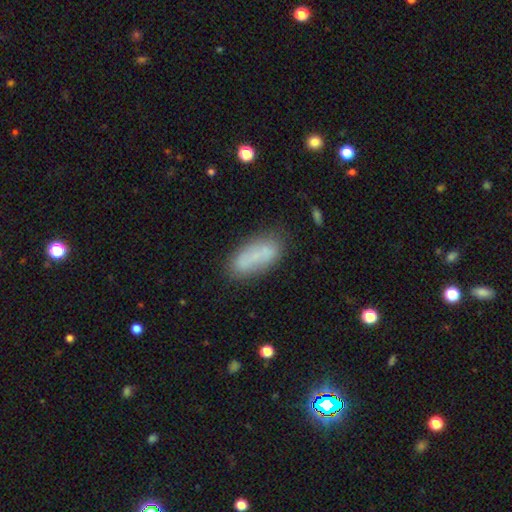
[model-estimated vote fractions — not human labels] smooth 66%, featured or disk 23%, star or artifact 11%. Down the decision tree: how rounded — in between (76%); merging — none (66%).